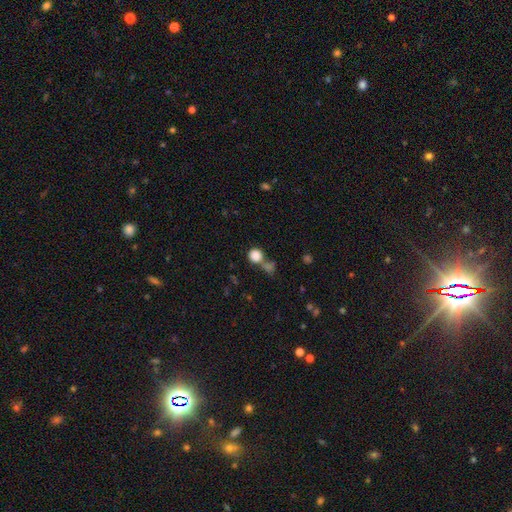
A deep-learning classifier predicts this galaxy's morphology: smooth 85%, star or artifact 10%, featured or disk 5%. Down the decision tree: how rounded — round (90%); merging — none (54%).